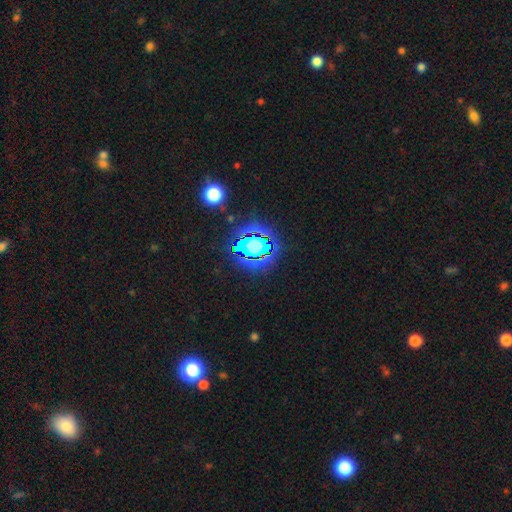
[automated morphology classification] The model was most divided on "smooth or featured": star or artifact: 80%, smooth: 12%, featured or disk: 7%.